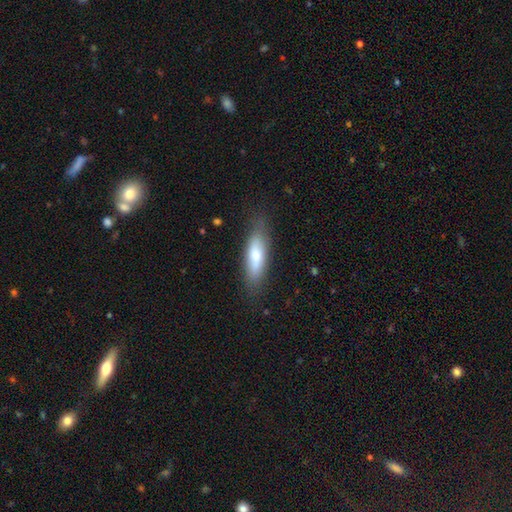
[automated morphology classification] Smooth or featured? smooth (73%)
How rounded? in between (51%)
Merging? none (78%)